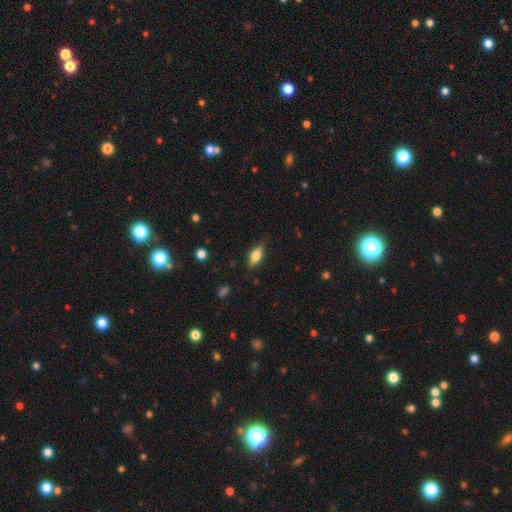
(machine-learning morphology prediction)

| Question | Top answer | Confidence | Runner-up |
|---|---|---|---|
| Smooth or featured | smooth | 62% | featured or disk (31%) |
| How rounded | in between | 71% | cigar-shaped (25%) |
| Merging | none | 80% | minor disturbance (15%) |